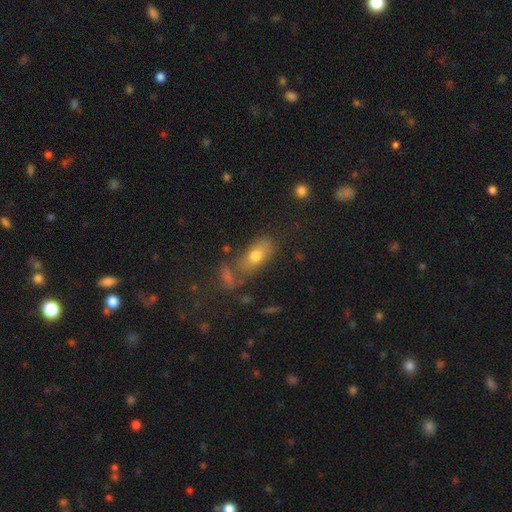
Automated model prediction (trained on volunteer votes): A smooth galaxy with no disk features (67%) that is in between round and cigar-shaped (79%).

Vote fractions:
- Smooth or featured? smooth: 67% / featured or disk: 21% / star or artifact: 12%
- How rounded? in between: 79% / cigar-shaped: 12% / round: 8%
- Merging? none: 54% / merger: 18% / minor disturbance: 18% / major disturbance: 10%